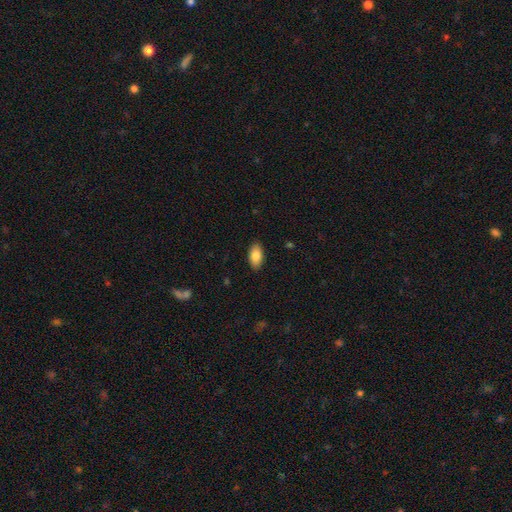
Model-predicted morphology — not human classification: smooth_or_featured: smooth (p=0.85) [alt: featured or disk p=0.08]
how_rounded: in between (p=0.92) [alt: cigar-shaped p=0.05]
merging: none (p=0.88) [alt: minor disturbance p=0.09]